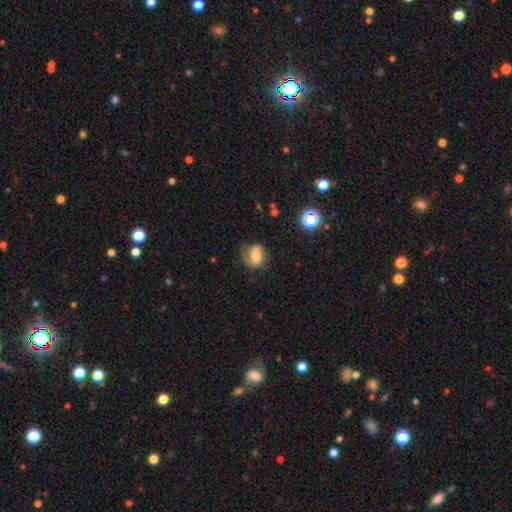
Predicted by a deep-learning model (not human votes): Smooth or featured: smooth — 54% (featured or disk — 35%)
How rounded: in between — 68% (round — 29%)
Merging: none — 56% (minor disturbance — 26%)